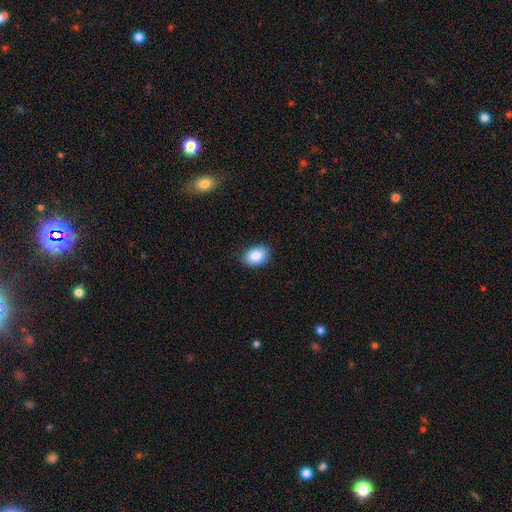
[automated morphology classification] smooth-or-featured: smooth: 86% | star or artifact: 8% | featured or disk: 6%
  how-rounded: in between: 77% | round: 22% | cigar-shaped: 1%
  merging: none: 85% | minor disturbance: 12% | major disturbance: 2% | merger: 1%